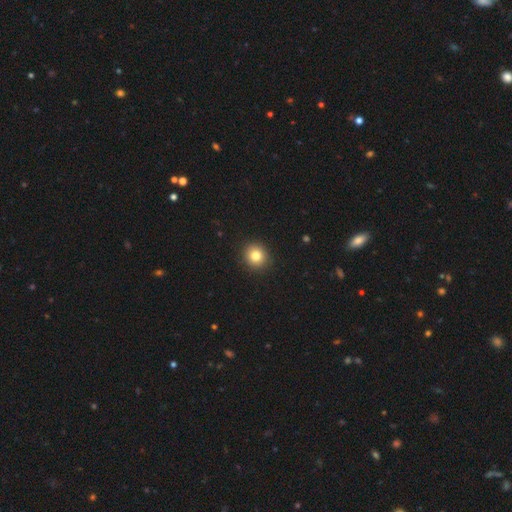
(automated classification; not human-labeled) The model was most divided on "smooth or featured": smooth: 81%, star or artifact: 11%, featured or disk: 7%. More confident: merging — none (92%); how rounded — round (90%).